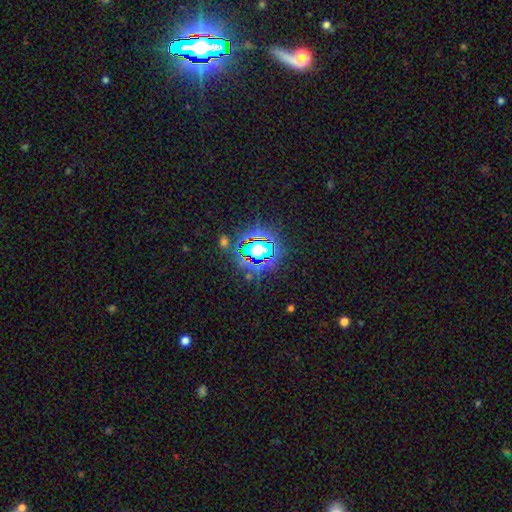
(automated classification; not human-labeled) The model was most divided on "smooth or featured": star or artifact: 82%, smooth: 10%, featured or disk: 7%.